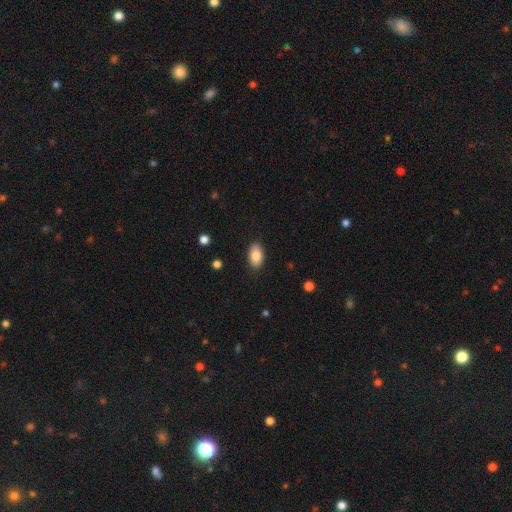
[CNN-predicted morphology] Smooth or featured? smooth (84%)
How rounded? in between (93%)
Merging? none (88%)